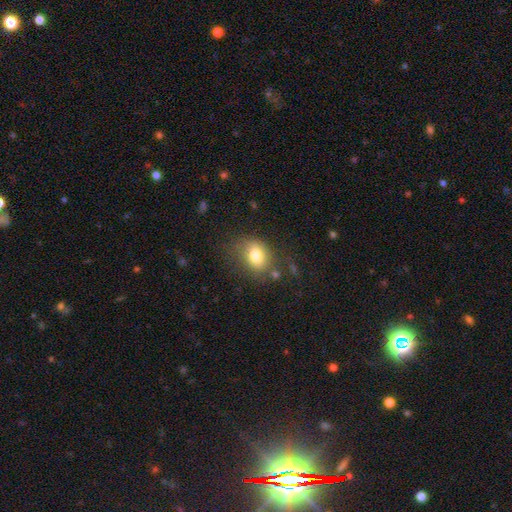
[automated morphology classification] This appears to be a smooth galaxy with no disk features (78%) that is in between round and cigar-shaped (57%). Merging: none (67%).